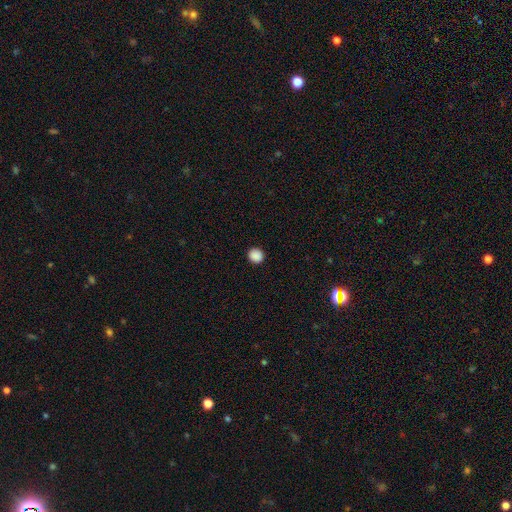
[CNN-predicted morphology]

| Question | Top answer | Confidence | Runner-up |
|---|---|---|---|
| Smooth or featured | smooth | 89% | star or artifact (9%) |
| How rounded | round | 91% | in between (8%) |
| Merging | none | 92% | minor disturbance (5%) |